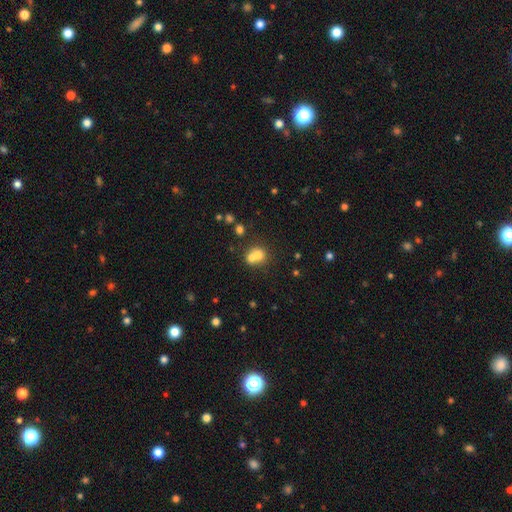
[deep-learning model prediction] smooth_or_featured: smooth (p=0.68) [alt: featured or disk p=0.19]
how_rounded: round (p=0.78) [alt: in between p=0.21]
merging: merger (p=0.59) [alt: none p=0.32]